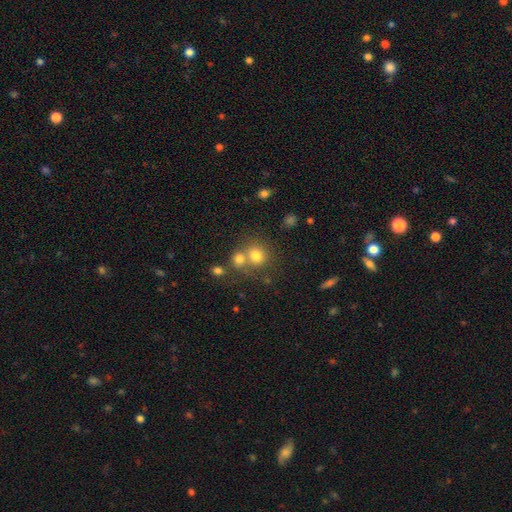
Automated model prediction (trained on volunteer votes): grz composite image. It shows a smooth galaxy with no disk features (75%) that is round (85%). Merging: none (51%).